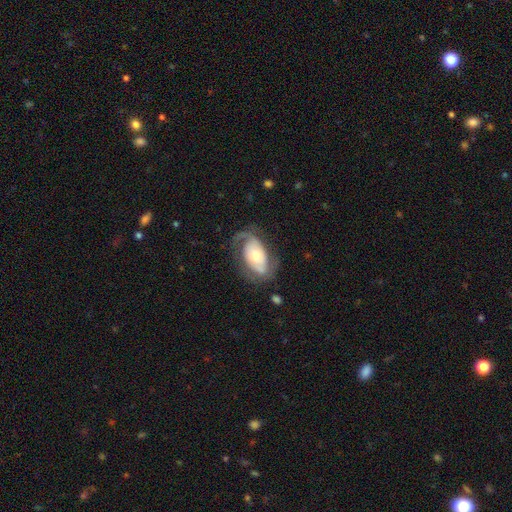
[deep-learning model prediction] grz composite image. It shows a featured or disk galaxy (69%) with no bar (70%), 2 (53%) medium (38%) spiral arms (84%) and a moderate central bulge (53%). Merging: none (53%).